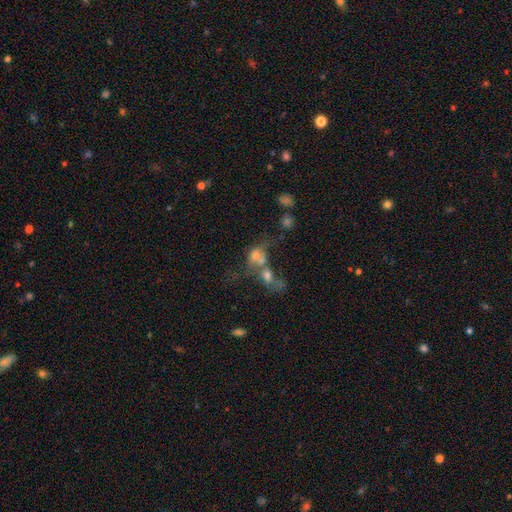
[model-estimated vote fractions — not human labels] The model was most divided on "how rounded": round: 49%, in between: 48%, cigar-shaped: 3%. More confident: merging — merger (64%); smooth or featured — smooth (50%).